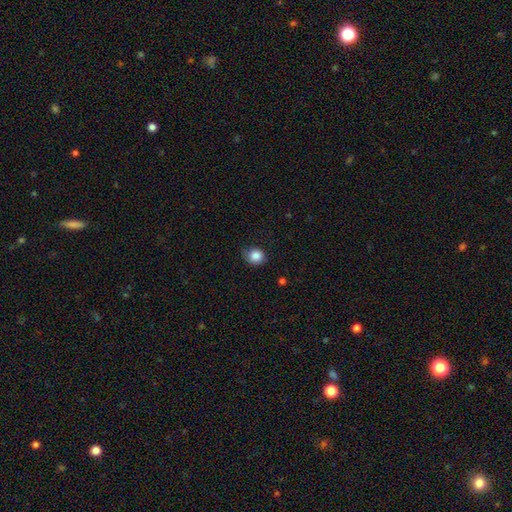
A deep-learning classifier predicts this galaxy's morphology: Smooth or featured? smooth (85%)
How rounded? round (81%)
Merging? none (75%)